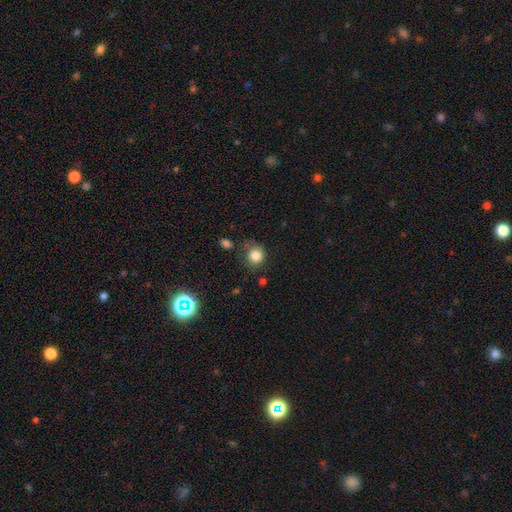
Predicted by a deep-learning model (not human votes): smooth_or_featured: smooth (p=0.83) [alt: star or artifact p=0.11]
how_rounded: round (p=0.83) [alt: in between p=0.16]
merging: none (p=0.67) [alt: minor disturbance p=0.20]